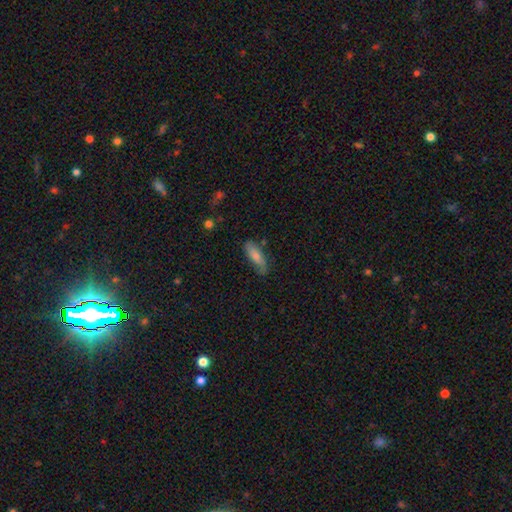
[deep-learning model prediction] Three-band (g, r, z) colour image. It shows a smooth galaxy with no disk features (78%) that is in between round and cigar-shaped (59%). Merging: none (71%).